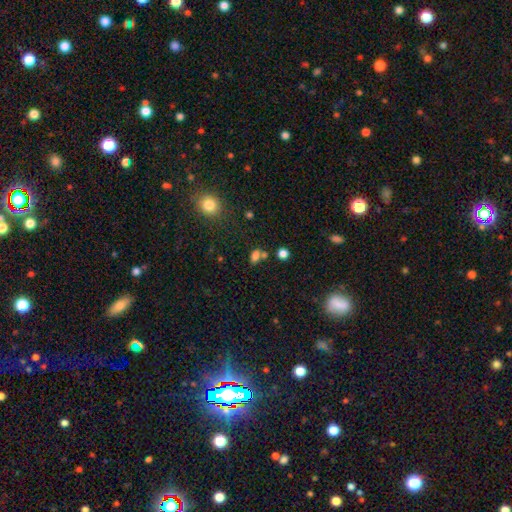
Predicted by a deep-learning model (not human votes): Q: Smooth or featured?
A: smooth (75%); runner-up: star or artifact (18%)
Q: How rounded?
A: in between (77%); runner-up: round (20%)
Q: Merging?
A: none (51%); runner-up: merger (29%)